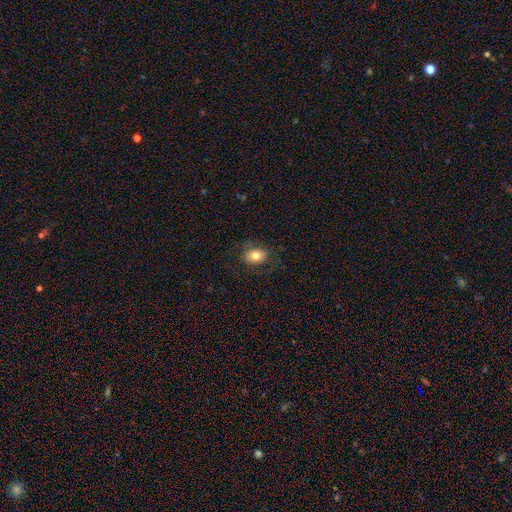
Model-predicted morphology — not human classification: smooth-or-featured: smooth: 80% | featured or disk: 11% | star or artifact: 9%
  how-rounded: in between: 67% | round: 32% | cigar-shaped: 1%
  merging: none: 80% | minor disturbance: 14% | major disturbance: 5% | merger: 1%